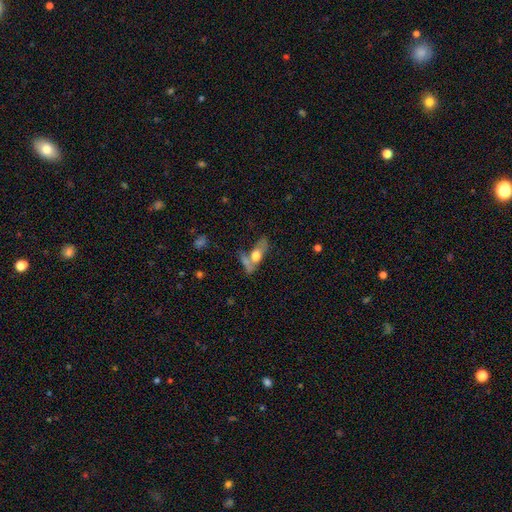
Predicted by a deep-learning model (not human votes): smooth 55%, featured or disk 37%, star or artifact 8%. Down the decision tree: how rounded — in between (63%); merging — none (37%).